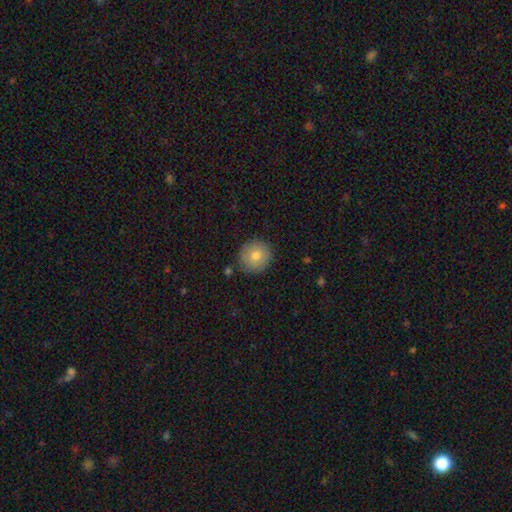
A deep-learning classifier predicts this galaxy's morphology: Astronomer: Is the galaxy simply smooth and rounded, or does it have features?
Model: smooth — 78%.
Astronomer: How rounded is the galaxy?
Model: round — 93%.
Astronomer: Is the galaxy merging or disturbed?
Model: none — 87%.